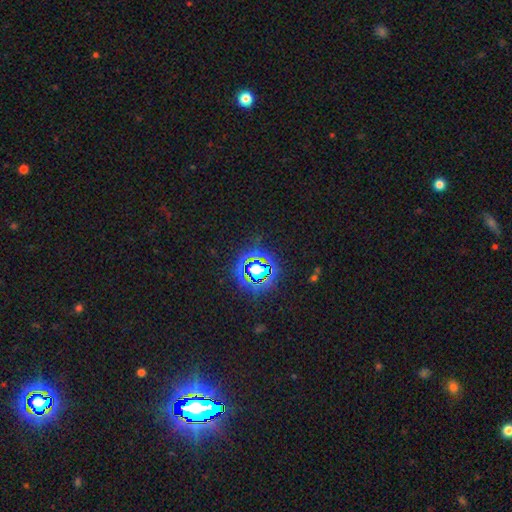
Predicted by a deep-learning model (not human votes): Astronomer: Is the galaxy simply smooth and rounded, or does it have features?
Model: star or artifact — 81%.